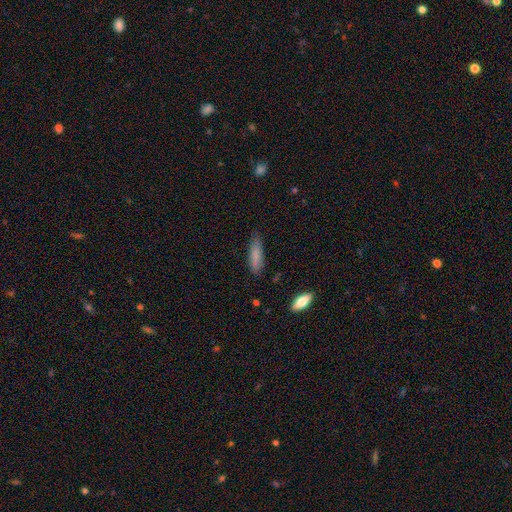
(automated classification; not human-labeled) Smooth or featured?
  - smooth: 82% *
  - featured or disk: 12%
  - star or artifact: 7%
How rounded?
  - cigar-shaped: 62% *
  - in between: 37%
  - round: 2%
Merging?
  - none: 74% *
  - minor disturbance: 20%
  - major disturbance: 4%
  - merger: 2%